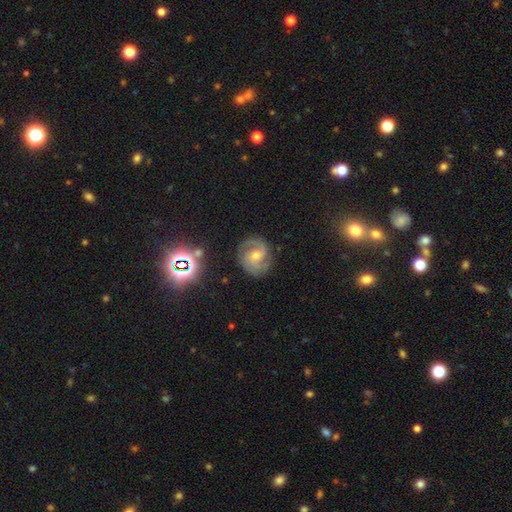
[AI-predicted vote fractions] Q: Smooth or featured?
A: featured or disk (84%); runner-up: smooth (9%)
Q: Edge-on disk?
A: no (98%); runner-up: yes (2%)
Q: Bar?
A: no (54%); runner-up: weak (36%)
Q: Spiral arms?
A: yes (97%); runner-up: no (3%)
Q: Spiral winding?
A: medium (45%); tied with: tight (45%)
Q: Spiral arm count?
A: 2 (55%); runner-up: 3 (25%)
Q: Bulge size?
A: moderate (54%); runner-up: small (42%)
Q: Merging?
A: none (82%); runner-up: minor disturbance (13%)